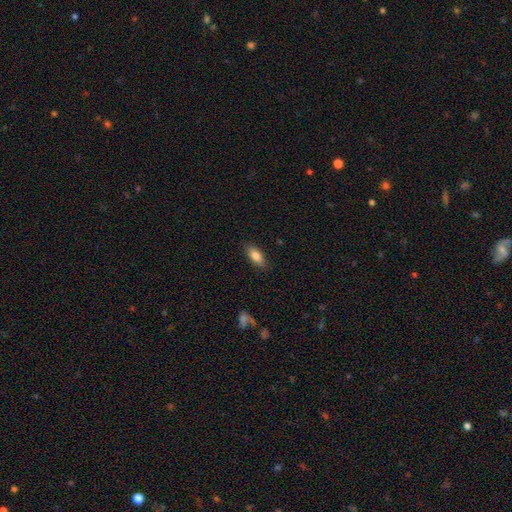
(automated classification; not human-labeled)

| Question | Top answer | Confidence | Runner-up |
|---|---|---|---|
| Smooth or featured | smooth | 83% | featured or disk (10%) |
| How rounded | in between | 85% | cigar-shaped (12%) |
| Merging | none | 86% | minor disturbance (10%) |